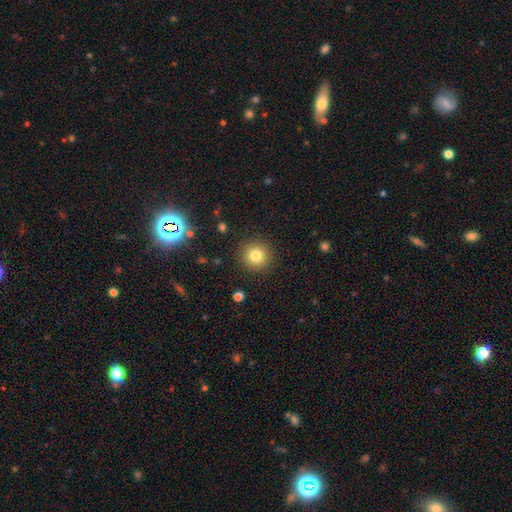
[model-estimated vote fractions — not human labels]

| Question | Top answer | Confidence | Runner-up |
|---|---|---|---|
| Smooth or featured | smooth | 80% | star or artifact (12%) |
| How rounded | round | 95% | in between (5%) |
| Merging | none | 90% | minor disturbance (6%) |